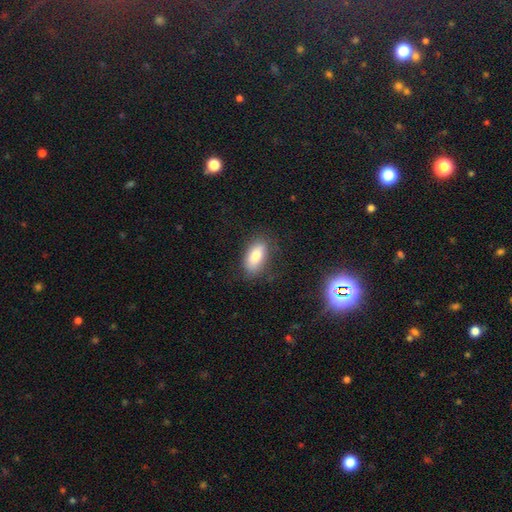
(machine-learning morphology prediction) This is likely a smooth galaxy (78%). How rounded: clearly in between (87%). Merging: likely none (78%).